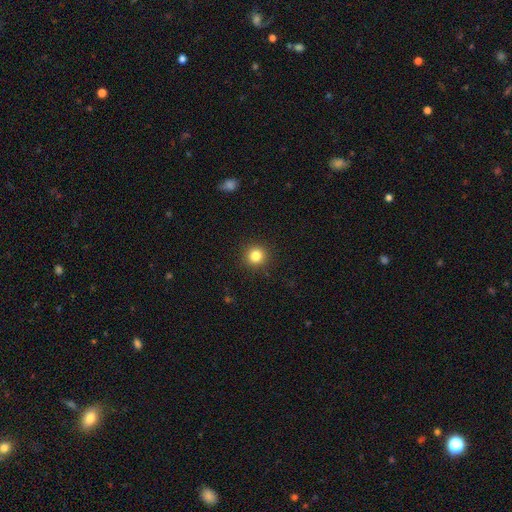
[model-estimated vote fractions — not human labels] This is clearly a smooth galaxy (83%). How rounded: clearly round (94%). Merging: clearly none (92%).